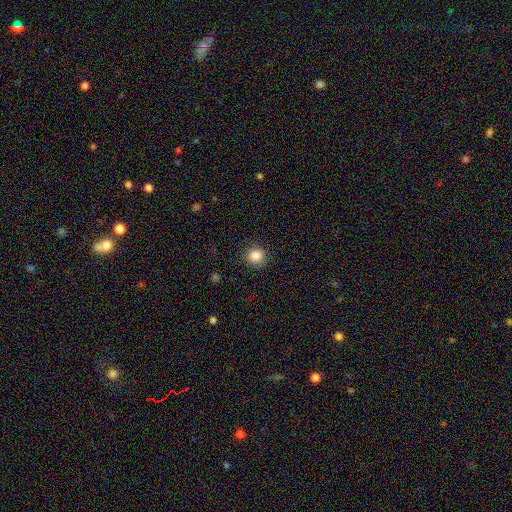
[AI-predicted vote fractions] smooth_or_featured: smooth (p=0.86) [alt: star or artifact p=0.10]
how_rounded: round (p=0.90) [alt: in between p=0.09]
merging: none (p=0.89) [alt: minor disturbance p=0.08]